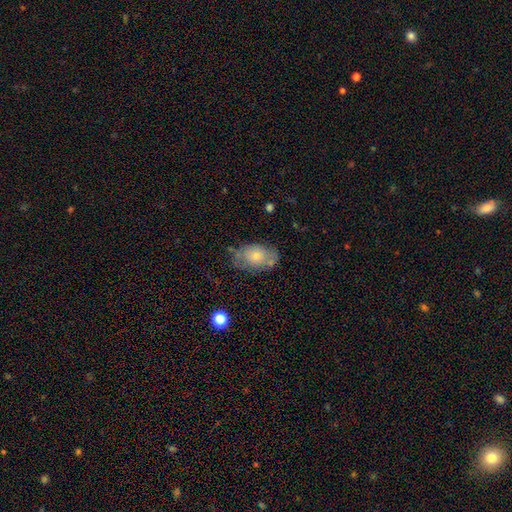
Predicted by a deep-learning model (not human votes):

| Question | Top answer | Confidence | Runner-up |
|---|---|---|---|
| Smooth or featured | smooth | 70% | featured or disk (22%) |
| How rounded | in between | 86% | round (12%) |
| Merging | none | 55% | minor disturbance (27%) |